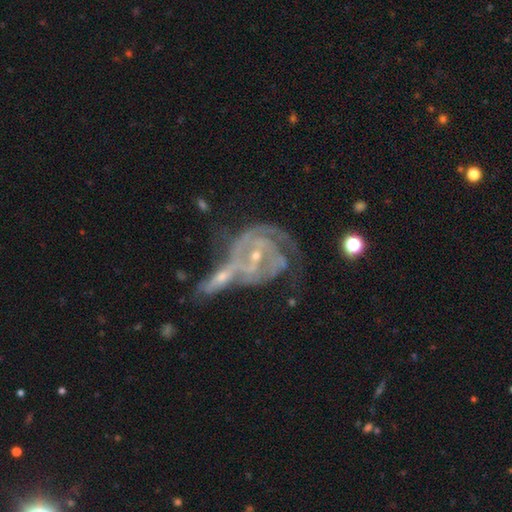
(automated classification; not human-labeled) This is clearly a featured or disk galaxy (89%). It is clearly not viewed edge-on (96%). Bar: marginally no (42%). Spiral arm pattern: clearly yes (97%). Spiral arm count: marginally 2 (37%). Spiral winding: likely tight (64%). Central bulge: likely small (69%). Merging: possibly merger (54%).